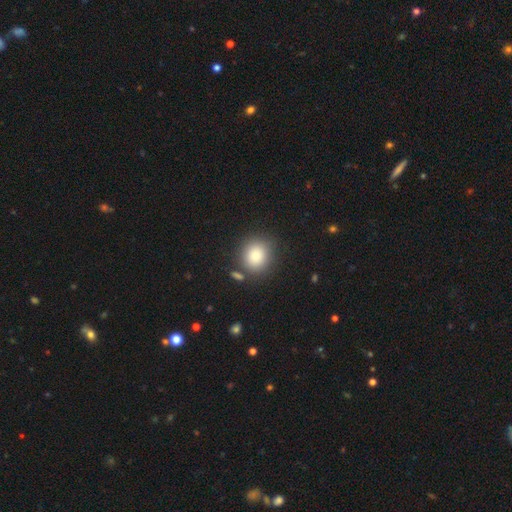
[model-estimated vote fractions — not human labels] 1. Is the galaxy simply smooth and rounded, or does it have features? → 86% smooth, 9% star or artifact, 5% featured or disk.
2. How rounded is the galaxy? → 79% round, 19% in between, 1% cigar-shaped.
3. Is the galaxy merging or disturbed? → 78% none, 11% minor disturbance, 8% merger, 4% major disturbance.